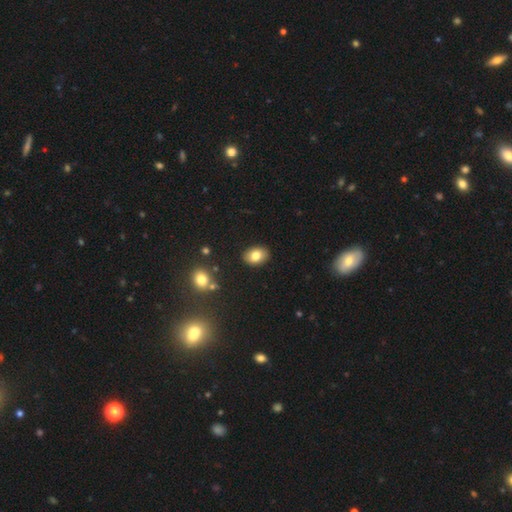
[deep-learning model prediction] The model was most divided on "how rounded": in between: 81%, round: 18%, cigar-shaped: 1%. More confident: merging — none (89%); smooth or featured — smooth (81%).